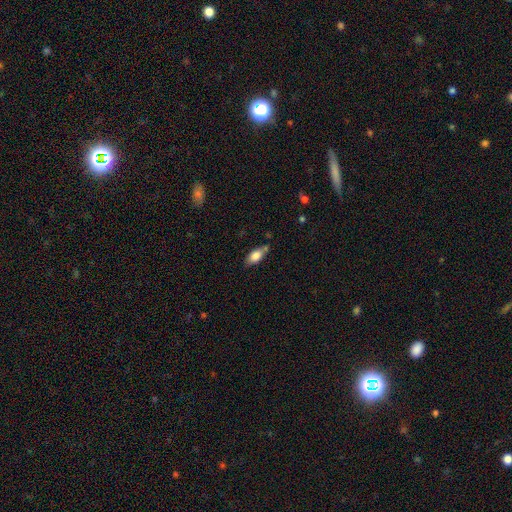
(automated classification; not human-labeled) smooth 80%, featured or disk 13%, star or artifact 7%. Down the decision tree: how rounded — in between (86%); merging — none (63%).